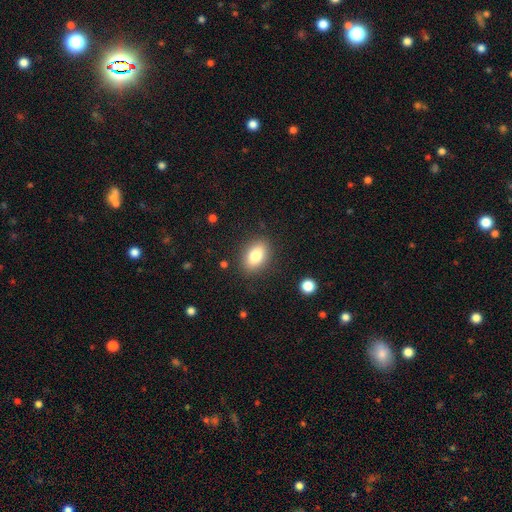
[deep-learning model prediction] A smooth galaxy with no disk features (81%) that is in between round and cigar-shaped (86%). Merging: none (86%).